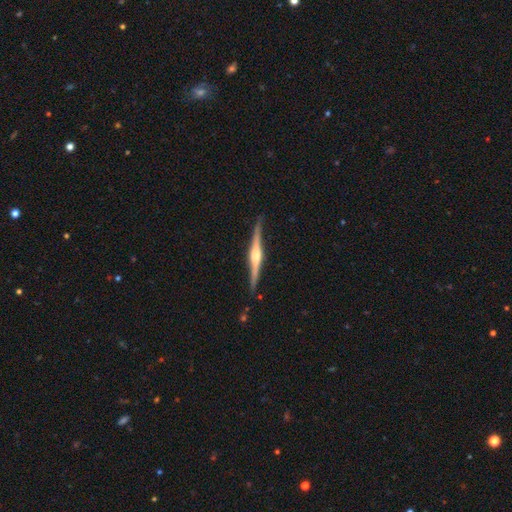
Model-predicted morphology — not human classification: Overall: featured or disk (81%). Edge-on disk: yes (98%). Edge-on bulge: rounded (81%). Merging: none (88%).